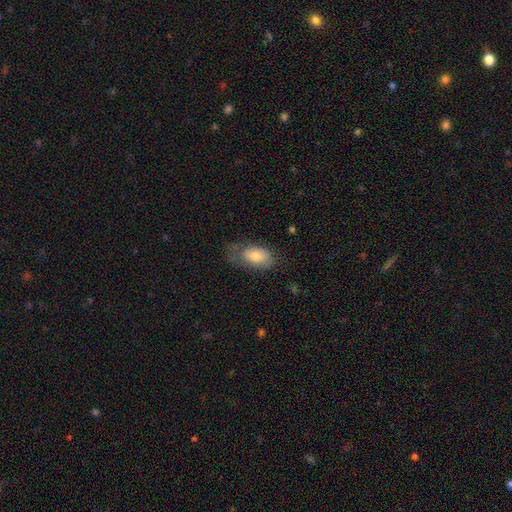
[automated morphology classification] Smooth or featured?
  - smooth: 73% *
  - featured or disk: 20%
  - star or artifact: 8%
How rounded?
  - in between: 91% *
  - round: 5%
  - cigar-shaped: 3%
Merging?
  - none: 54% *
  - minor disturbance: 28%
  - major disturbance: 16%
  - merger: 2%